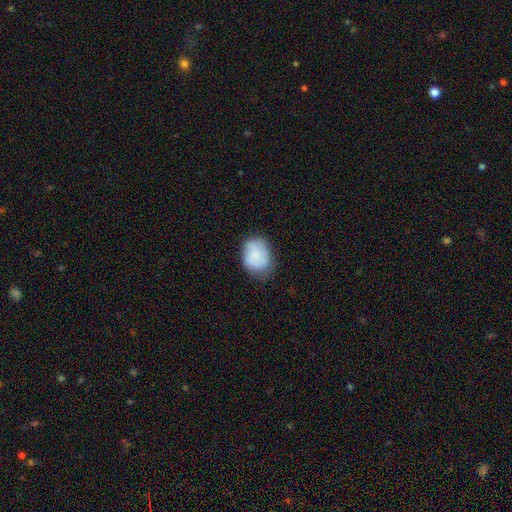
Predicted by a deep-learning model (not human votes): Smooth or featured? Predicted: smooth (p=0.73). How rounded? Predicted: in between (p=0.60). Merging? Predicted: none (p=0.59).